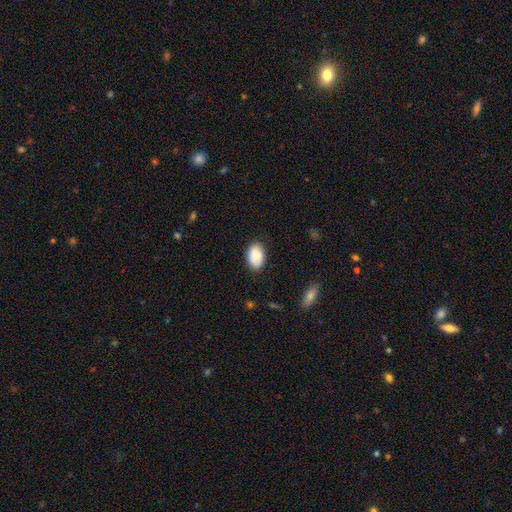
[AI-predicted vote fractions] A smooth galaxy with no disk features (81%) that is in between round and cigar-shaped (91%). Merging: none (78%).